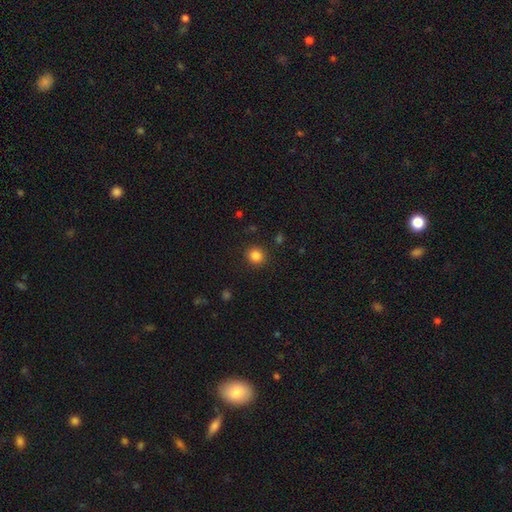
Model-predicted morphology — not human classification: Smooth or featured? Predicted: smooth (p=0.85). How rounded? Predicted: round (p=0.89). Merging? Predicted: none (p=0.90).